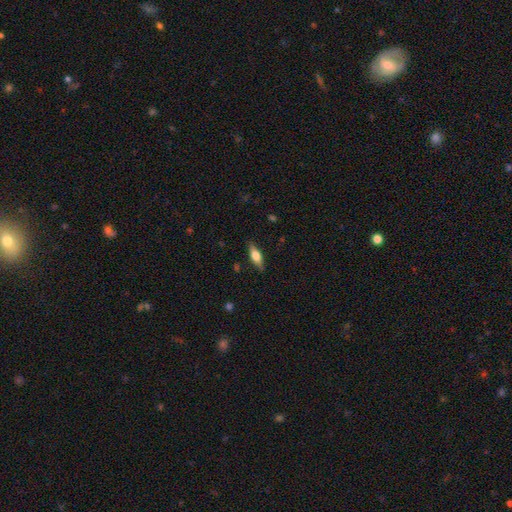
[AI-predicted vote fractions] Smooth or featured? smooth (51%)
How rounded? in between (62%)
Merging? none (85%)